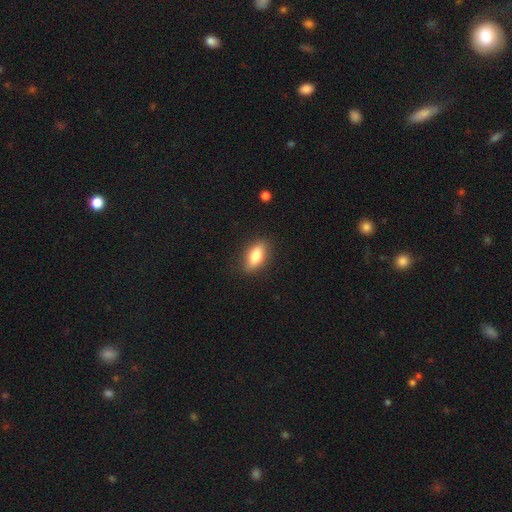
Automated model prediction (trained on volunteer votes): Morphology: type=smooth (76%); roundness=in between (77%); merging=none (86%).